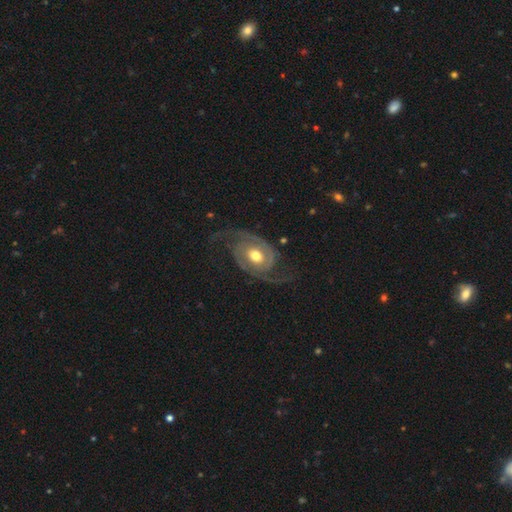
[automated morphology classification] A featured or disk galaxy (89%) with no bar (65%), 2 (88%) medium (44%) spiral arms (96%) and a moderate central bulge (75%).

Vote fractions:
- Smooth or featured? featured or disk: 89% / smooth: 7% / star or artifact: 4%
- Edge-on disk? no: 97% / yes: 3%
- Bar? no: 65% / weak: 27% / strong: 8%
- Spiral arms? yes: 96% / no: 4%
- Spiral winding? medium: 44% / loose: 33% / tight: 23%
- Spiral arm count? 2: 88% / 3: 3% / can't tell: 3% / 1: 2% / 4: 2% / more than 4: 1%
- Bulge size? moderate: 75% / large: 13% / small: 10% / dominant: 1% / none: 1%
- Merging? none: 67% / minor disturbance: 17% / major disturbance: 15% / merger: 2%